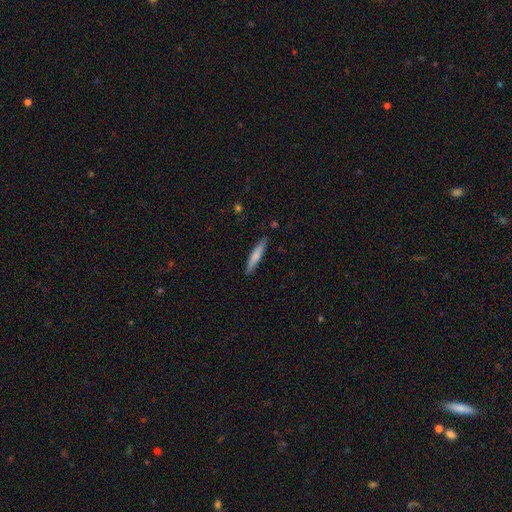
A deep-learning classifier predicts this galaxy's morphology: Overall: smooth (75%). How rounded: cigar-shaped (91%). Merging: none (88%).